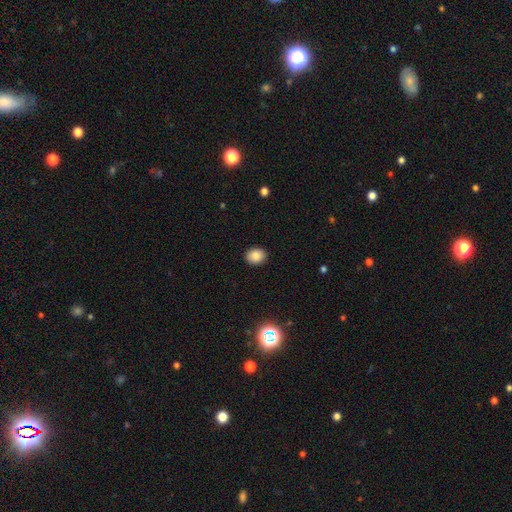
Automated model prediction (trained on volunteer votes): The model was most divided on "how rounded": round: 56%, in between: 43%, cigar-shaped: 1%. More confident: merging — none (91%); smooth or featured — smooth (84%).